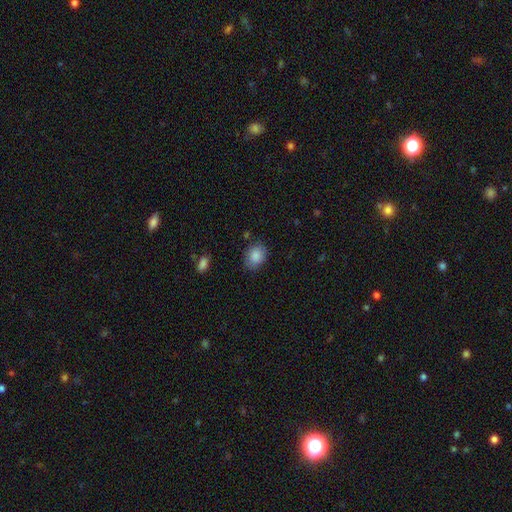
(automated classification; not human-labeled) A smooth galaxy with no disk features (87%) that is in between round and cigar-shaped (65%).

Vote fractions:
- Smooth or featured? smooth: 87% / star or artifact: 8% / featured or disk: 5%
- How rounded? in between: 65% / round: 34% / cigar-shaped: 1%
- Merging? none: 79% / minor disturbance: 16% / major disturbance: 4% / merger: 2%